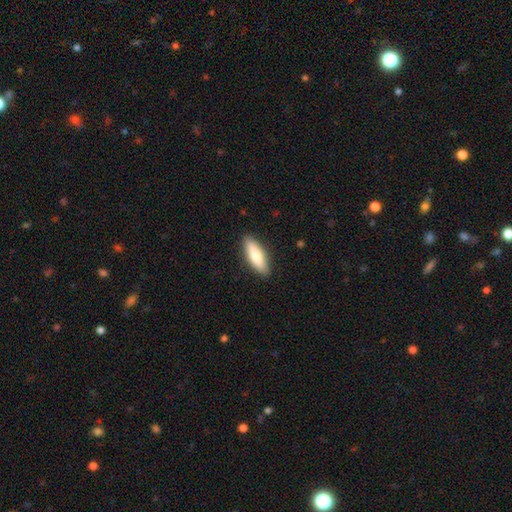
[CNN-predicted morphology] This is likely a smooth galaxy (74%). How rounded: possibly in between (54%). Merging: clearly none (89%).